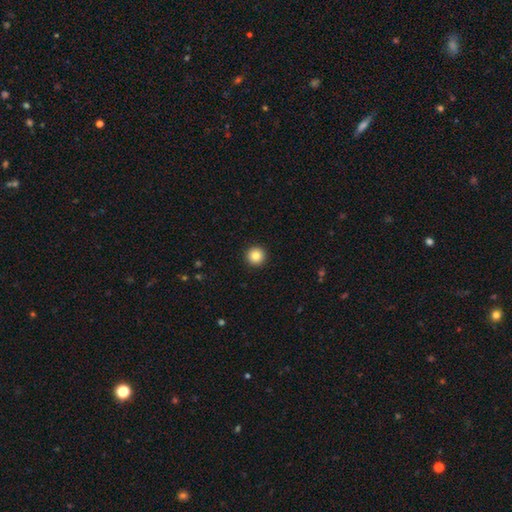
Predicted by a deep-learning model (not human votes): This appears to be a smooth galaxy with no disk features (84%) that is round (97%). Merging: none (94%).